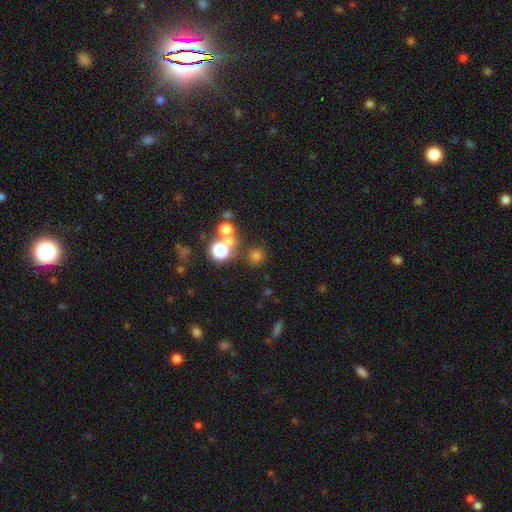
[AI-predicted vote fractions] A smooth galaxy with no disk features (67%) that is round (89%). Merging: none (72%).